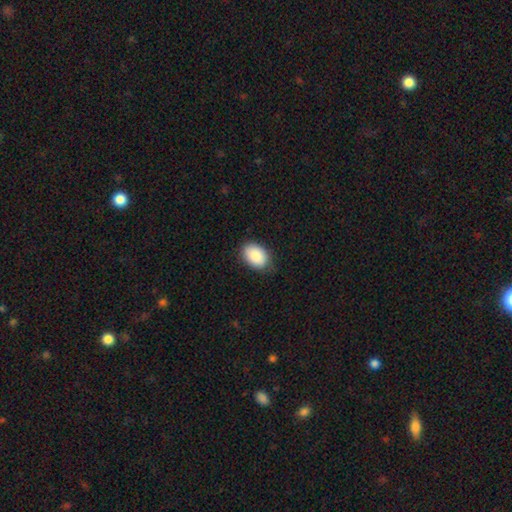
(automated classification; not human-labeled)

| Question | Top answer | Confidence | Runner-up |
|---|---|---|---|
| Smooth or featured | smooth | 88% | star or artifact (7%) |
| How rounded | in between | 85% | round (14%) |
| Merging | none | 83% | minor disturbance (14%) |